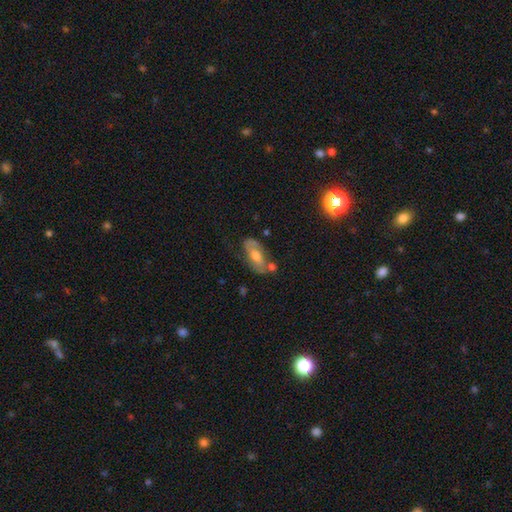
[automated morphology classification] smooth-or-featured: featured or disk: 57% | smooth: 35% | star or artifact: 9%
  disk-edge-on: no: 86% | yes: 14%
  merging: none: 62% | minor disturbance: 20% | merger: 9% | major disturbance: 8%